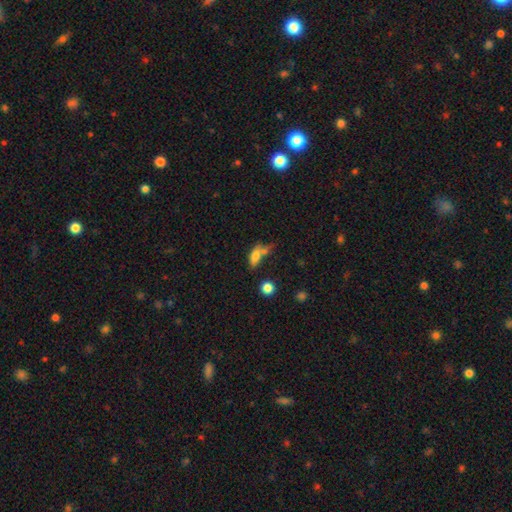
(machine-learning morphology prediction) Smooth or featured: smooth — 69% (featured or disk — 19%)
How rounded: in between — 76% (cigar-shaped — 16%)
Merging: none — 35% (merger — 30%)